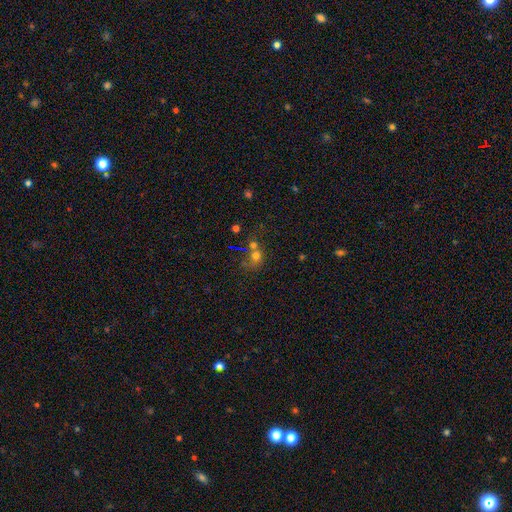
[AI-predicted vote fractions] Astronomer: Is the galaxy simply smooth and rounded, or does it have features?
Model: smooth — 62%.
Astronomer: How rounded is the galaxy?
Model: round — 71%.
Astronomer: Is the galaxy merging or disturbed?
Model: merger — 45% (runner-up: none, 37%).